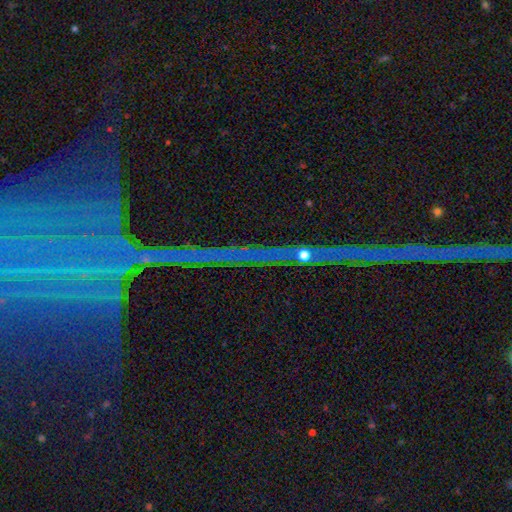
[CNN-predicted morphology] Smooth or featured? star or artifact (78%)